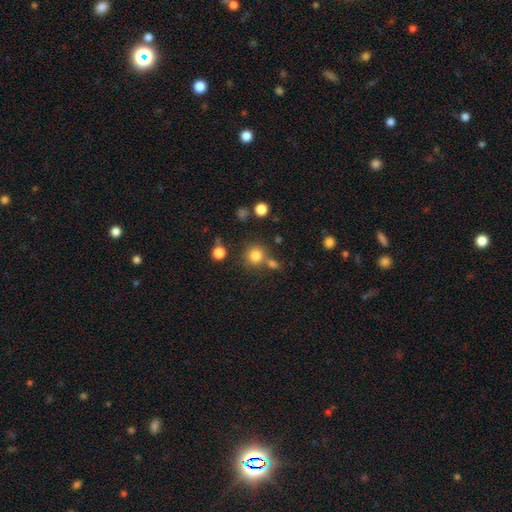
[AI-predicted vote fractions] smooth_or_featured: smooth (p=0.80) [alt: star or artifact p=0.13]
how_rounded: round (p=0.90) [alt: in between p=0.09]
merging: none (p=0.70) [alt: merger p=0.17]